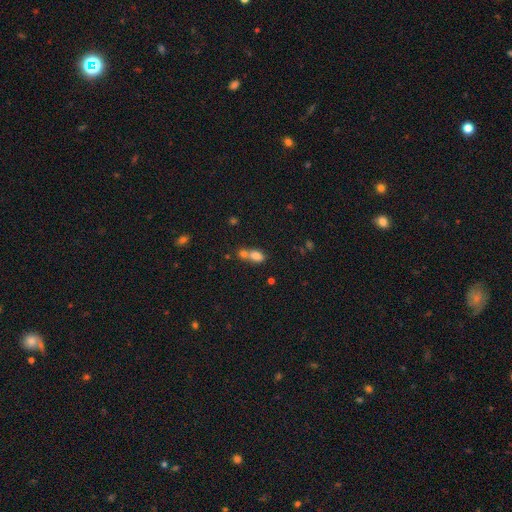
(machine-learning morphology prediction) smooth 78%, star or artifact 11%, featured or disk 11%. Down the decision tree: how rounded — in between (77%); merging — merger (59%).